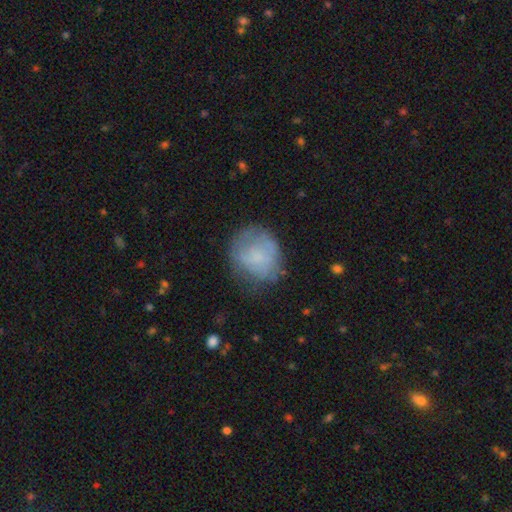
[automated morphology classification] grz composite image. It shows a smooth galaxy with no disk features (63%) that is round (74%). Merging: none (62%).